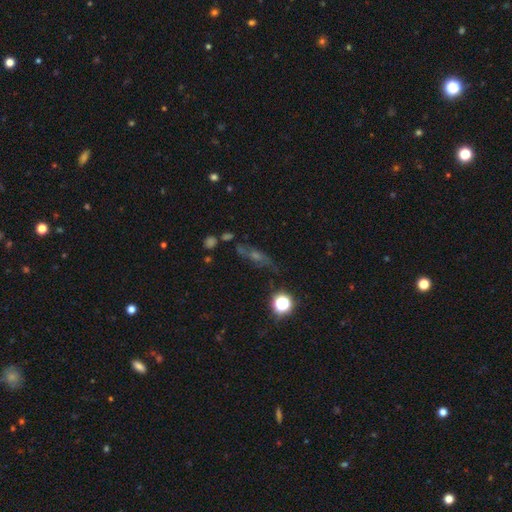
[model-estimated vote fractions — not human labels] Smooth or featured? Predicted: featured or disk (p=0.41). Merging? Predicted: none (p=0.65).